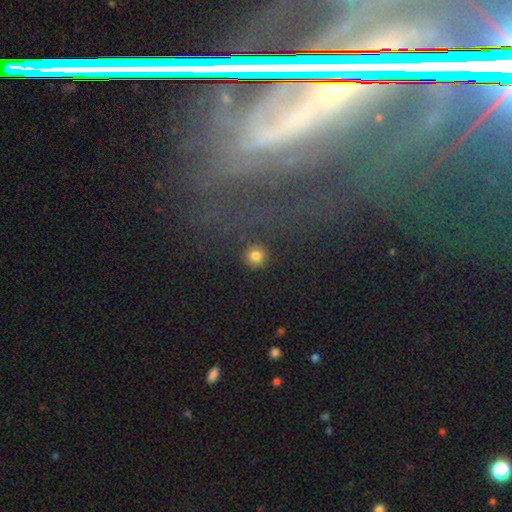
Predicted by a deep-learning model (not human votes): Smooth or featured? smooth (80%)
How rounded? round (94%)
Merging? none (88%)